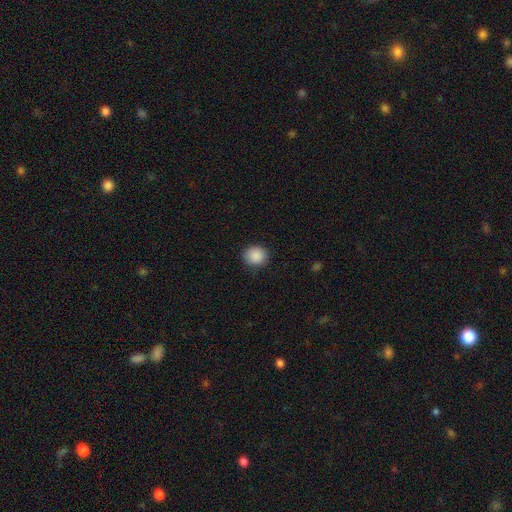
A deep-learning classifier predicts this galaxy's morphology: Overall: smooth (89%). How rounded: round (79%). Merging: none (88%).